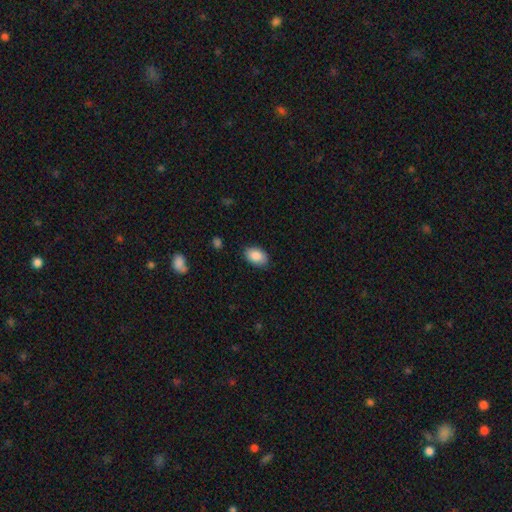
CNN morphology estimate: Overall: smooth (88%). How rounded: in between (89%). Merging: none (85%).